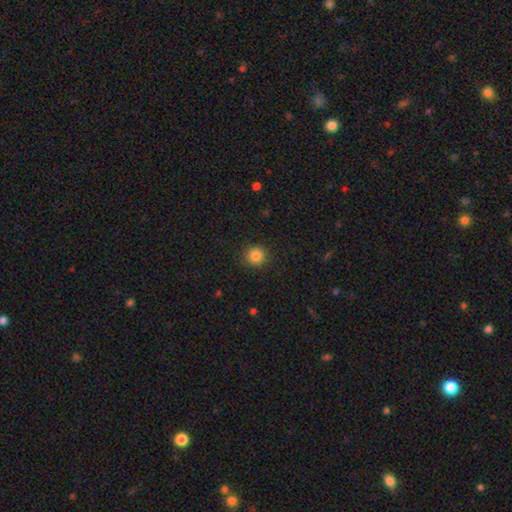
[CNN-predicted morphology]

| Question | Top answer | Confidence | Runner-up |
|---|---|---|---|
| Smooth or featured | smooth | 84% | star or artifact (11%) |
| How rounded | round | 93% | in between (6%) |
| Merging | none | 90% | minor disturbance (6%) |